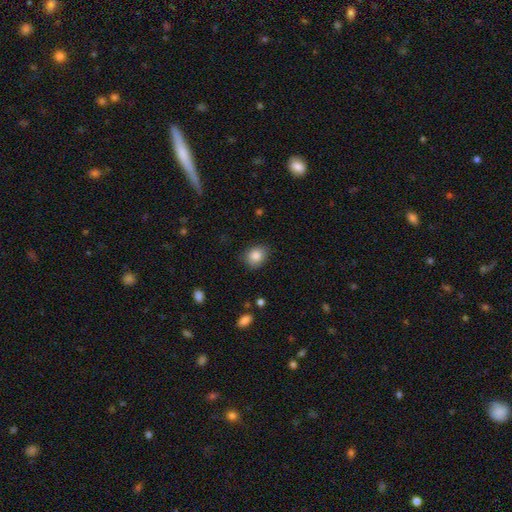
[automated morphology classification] Q: Smooth or featured?
A: smooth (86%); runner-up: star or artifact (9%)
Q: How rounded?
A: round (59%); runner-up: in between (40%)
Q: Merging?
A: none (81%); runner-up: minor disturbance (14%)